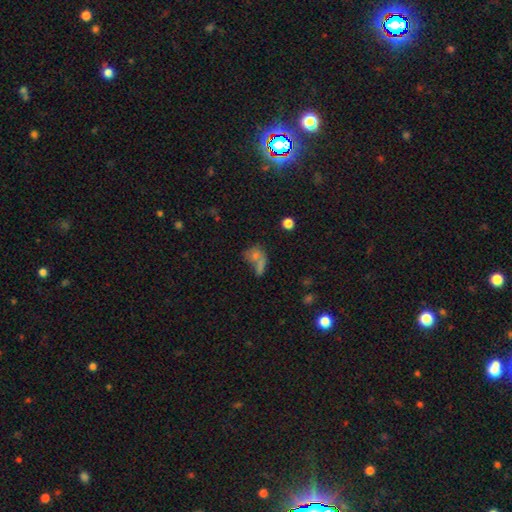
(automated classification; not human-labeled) Q: Smooth or featured?
A: smooth (60%); runner-up: star or artifact (23%)
Q: How rounded?
A: round (52%); runner-up: in between (43%)
Q: Merging?
A: merger (41%); runner-up: none (36%)